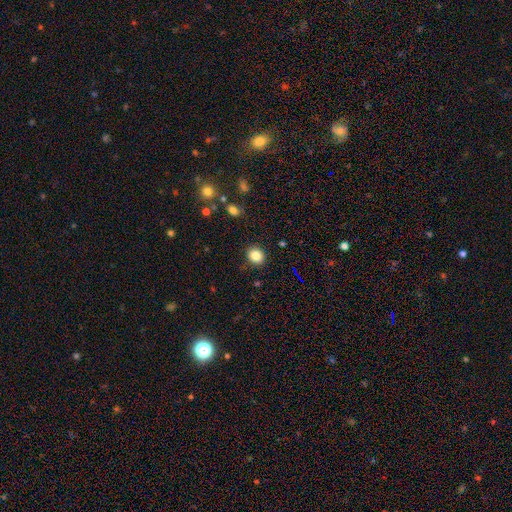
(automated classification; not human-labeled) smooth-or-featured: smooth: 84% | star or artifact: 10% | featured or disk: 6%
  how-rounded: round: 68% | in between: 31% | cigar-shaped: 1%
  merging: none: 88% | minor disturbance: 8% | major disturbance: 2% | merger: 1%